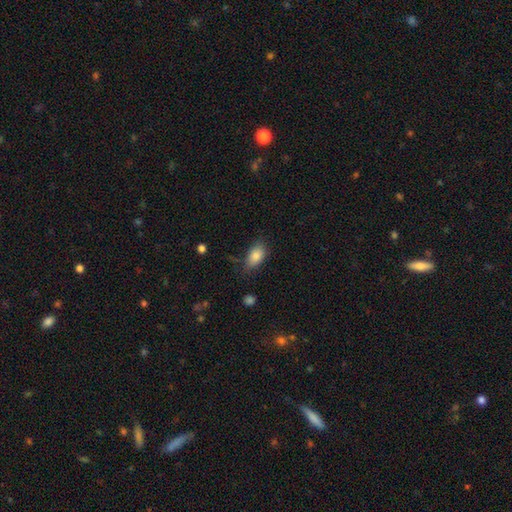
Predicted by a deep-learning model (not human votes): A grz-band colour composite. It shows a smooth galaxy with no disk features (84%) that is in between round and cigar-shaped (89%). Merging: none (69%).